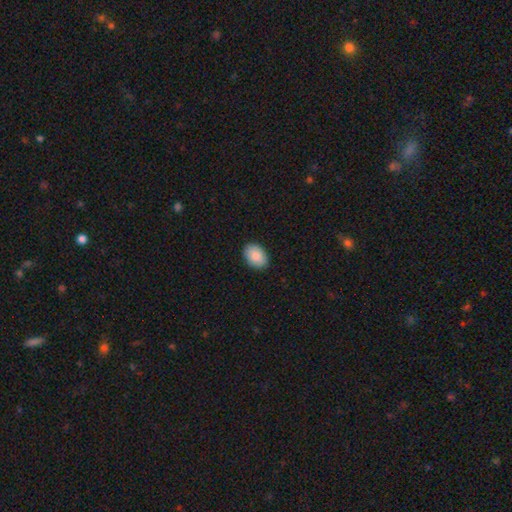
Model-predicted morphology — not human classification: smooth_or_featured: smooth (p=0.90) [alt: star or artifact p=0.06]
how_rounded: in between (p=0.84) [alt: round p=0.15]
merging: none (p=0.89) [alt: minor disturbance p=0.08]